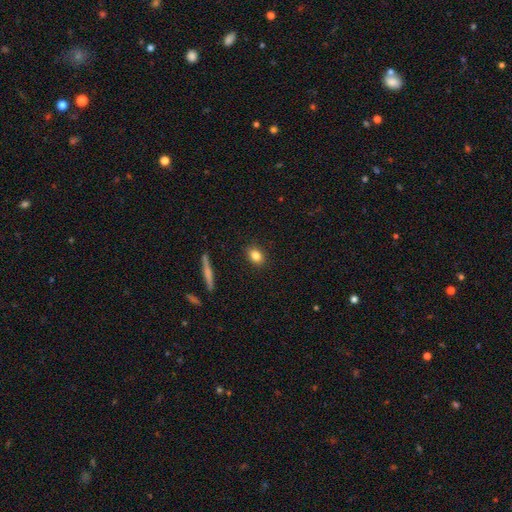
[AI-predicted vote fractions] Q: Smooth or featured?
A: smooth (82%); runner-up: star or artifact (9%)
Q: How rounded?
A: in between (65%); runner-up: round (31%)
Q: Merging?
A: none (89%); runner-up: minor disturbance (8%)